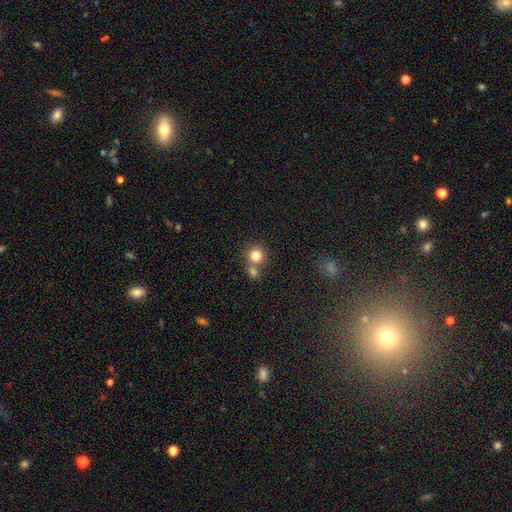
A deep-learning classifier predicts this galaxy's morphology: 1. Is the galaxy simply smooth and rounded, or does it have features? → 81% smooth, 11% star or artifact, 8% featured or disk.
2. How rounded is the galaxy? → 90% round, 9% in between, 1% cigar-shaped.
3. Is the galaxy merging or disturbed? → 55% none, 35% merger, 7% minor disturbance, 3% major disturbance.